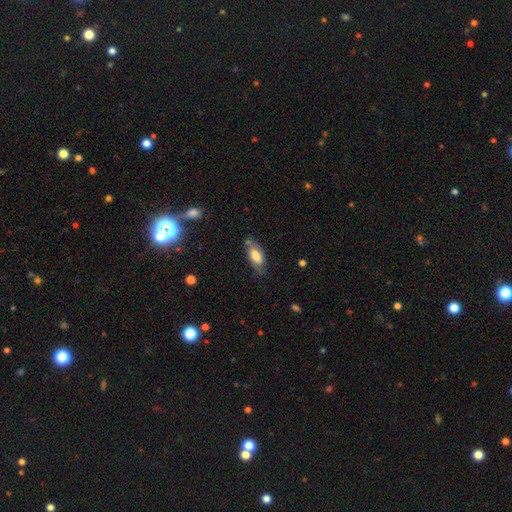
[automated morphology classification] Overall: smooth (64%; featured or disk 29%). How rounded: in between (86%). Merging: none (67%).